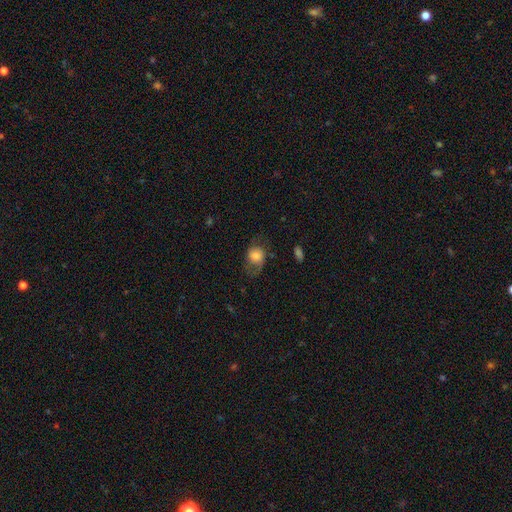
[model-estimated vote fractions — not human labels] Morphology: type=smooth (65%); roundness=round (51%); merging=none (51%).